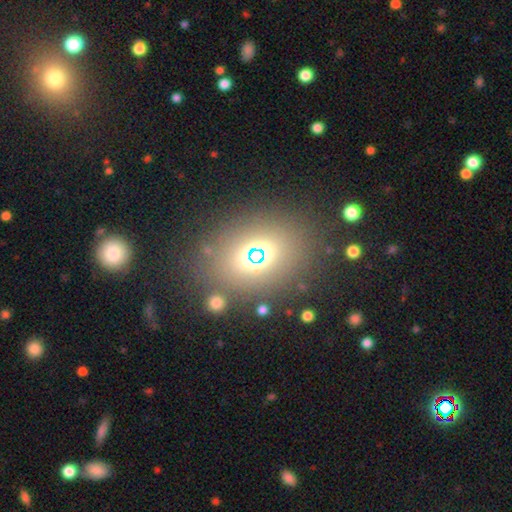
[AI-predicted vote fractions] The model was most divided on "smooth or featured": smooth: 45%, star or artifact: 43%, featured or disk: 13%. More confident: merging — none (78%).